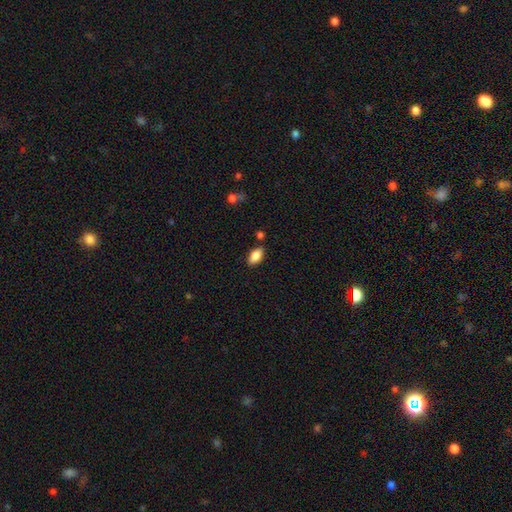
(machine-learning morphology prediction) Q: Smooth or featured?
A: smooth (85%); runner-up: featured or disk (8%)
Q: How rounded?
A: in between (92%); runner-up: cigar-shaped (5%)
Q: Merging?
A: none (83%); runner-up: minor disturbance (11%)